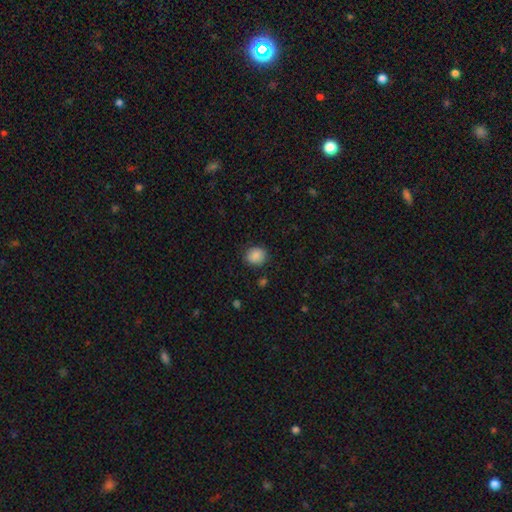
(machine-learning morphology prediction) The model was most divided on "how rounded": round: 76%, in between: 23%, cigar-shaped: 1%. More confident: smooth or featured — smooth (87%); merging — none (84%).